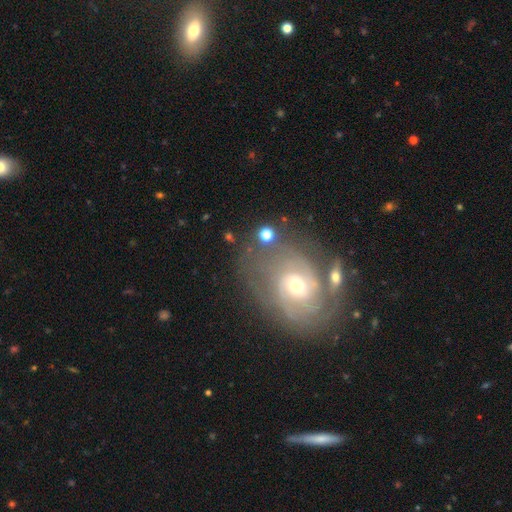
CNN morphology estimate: The model was most divided on "spiral arm count": can't tell: 41%, 2: 34%, 3: 11%, 1: 5%, 4: 5%, more than 4: 4%. More confident: edge-on disk — no (96%); spiral arms — yes (84%); smooth or featured — featured or disk (75%); bar — no (69%); merging — none (64%); spiral winding — tight (63%); bulge size — moderate (54%).